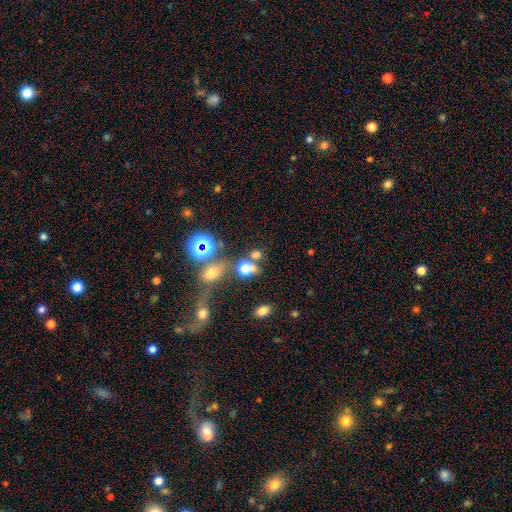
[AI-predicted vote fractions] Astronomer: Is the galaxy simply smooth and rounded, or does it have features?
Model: smooth — 61%.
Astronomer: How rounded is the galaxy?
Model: round — 61% (runner-up: in between, 37%).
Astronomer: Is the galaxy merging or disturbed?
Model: none — 51% (runner-up: merger, 31%).